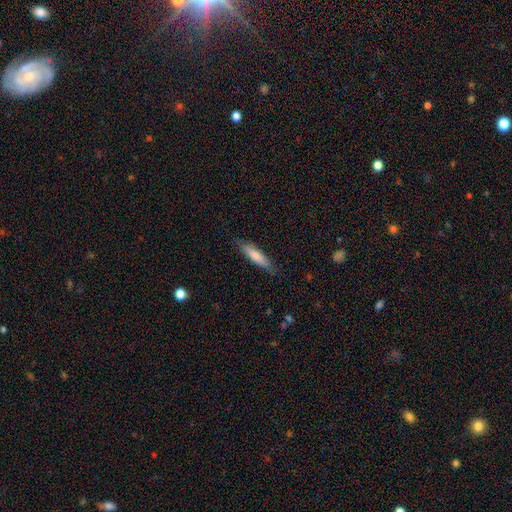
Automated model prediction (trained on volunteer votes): Smooth or featured?
  - smooth: 75% *
  - featured or disk: 19%
  - star or artifact: 5%
How rounded?
  - cigar-shaped: 76% *
  - in between: 22%
  - round: 1%
Merging?
  - none: 83% *
  - minor disturbance: 13%
  - major disturbance: 2%
  - merger: 1%